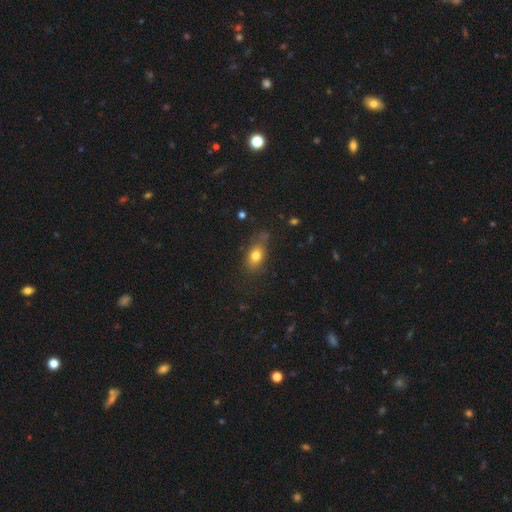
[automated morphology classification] type=smooth (78%); roundness=in between (76%); merging=none (68%).